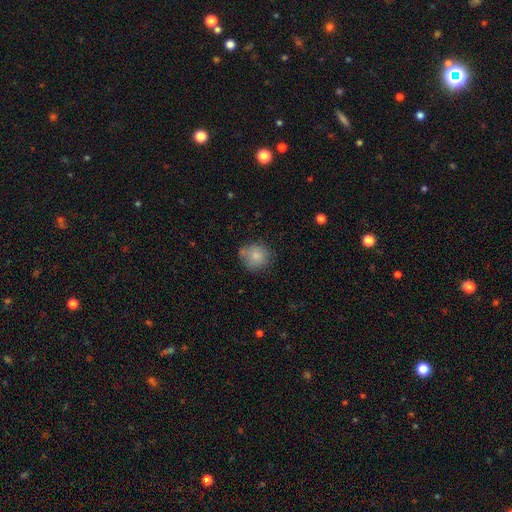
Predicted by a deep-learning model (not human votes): The model was most divided on "merging": none: 68%, minor disturbance: 21%, merger: 6%, major disturbance: 5%. More confident: how rounded — round (87%); smooth or featured — smooth (82%).